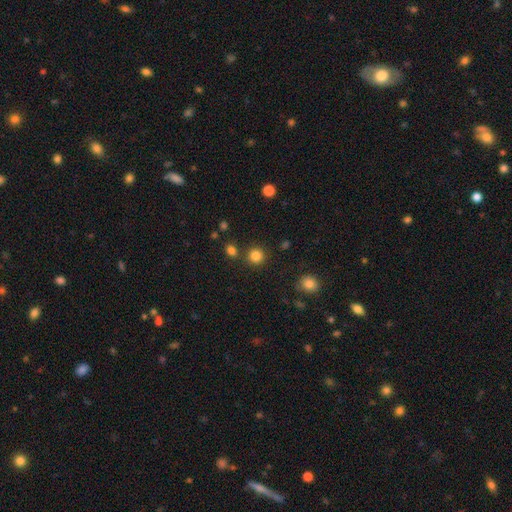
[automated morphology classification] Smooth or featured? Predicted: smooth (p=0.83). How rounded? Predicted: round (p=0.92). Merging? Predicted: none (p=0.84).